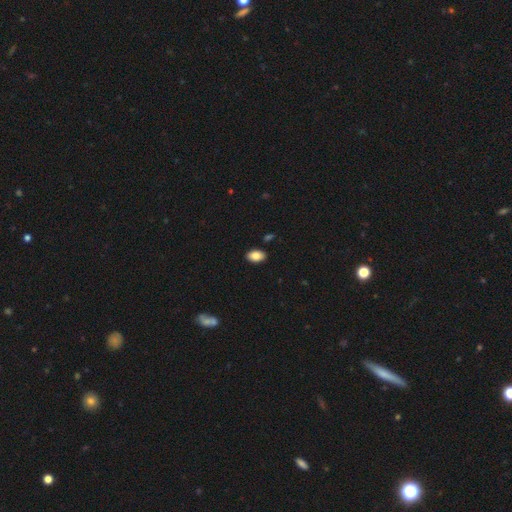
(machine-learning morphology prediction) Smooth or featured? smooth (86%)
How rounded? in between (90%)
Merging? none (89%)